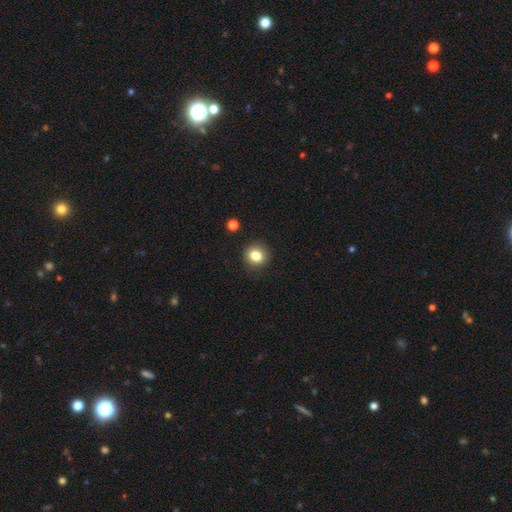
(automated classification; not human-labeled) This is clearly a smooth galaxy (81%). How rounded: clearly round (80%). Merging: clearly none (88%).